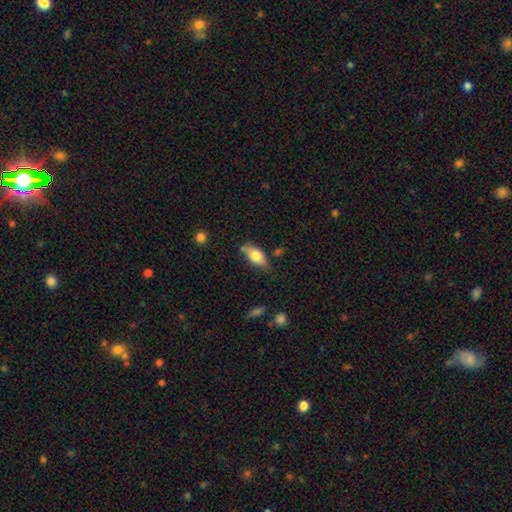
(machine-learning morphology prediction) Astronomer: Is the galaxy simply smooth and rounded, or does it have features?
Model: smooth — 71%.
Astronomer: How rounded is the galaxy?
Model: in between — 85%.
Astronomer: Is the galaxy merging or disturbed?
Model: none — 66%.